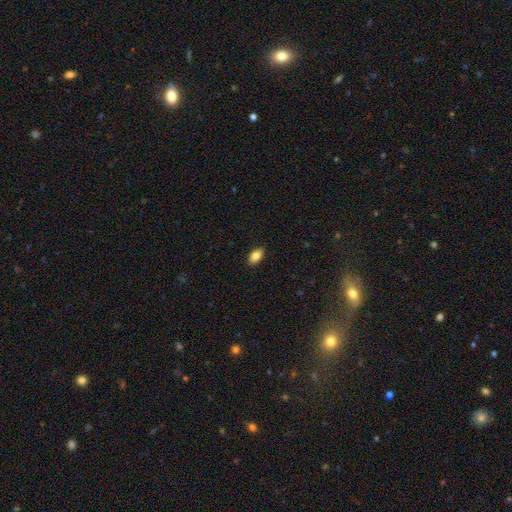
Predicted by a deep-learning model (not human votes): Smooth or featured? smooth (83%)
How rounded? in between (91%)
Merging? none (89%)